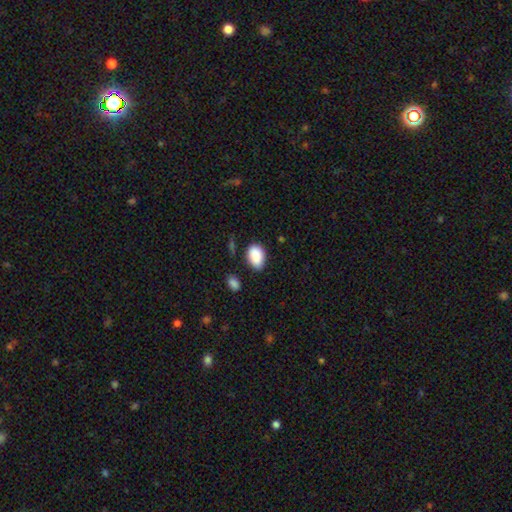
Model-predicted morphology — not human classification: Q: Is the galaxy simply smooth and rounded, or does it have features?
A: smooth — 89%.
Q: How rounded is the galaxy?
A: in between — 89%.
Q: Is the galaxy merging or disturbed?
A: none — 75%.